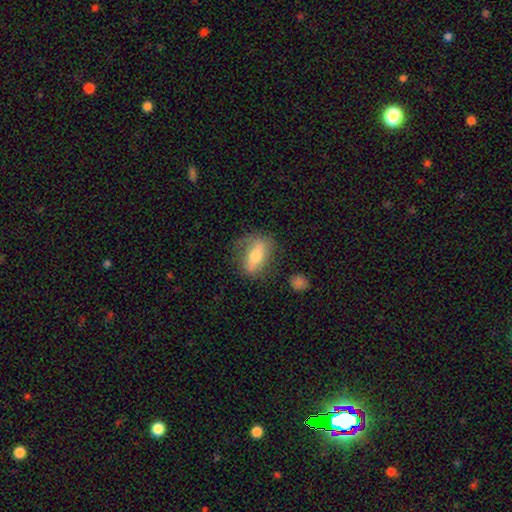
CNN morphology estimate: Smooth or featured?
  - smooth: 50% *
  - featured or disk: 43%
  - star or artifact: 8%
Merging?
  - none: 69% *
  - minor disturbance: 20%
  - major disturbance: 9%
  - merger: 3%